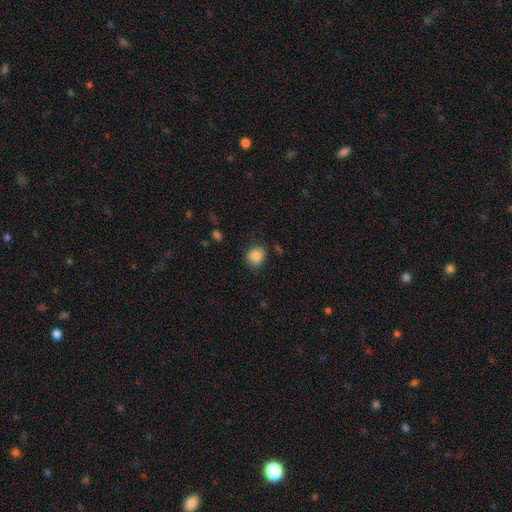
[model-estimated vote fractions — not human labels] Morphology: type=smooth (86%); roundness=round (78%); merging=none (83%).